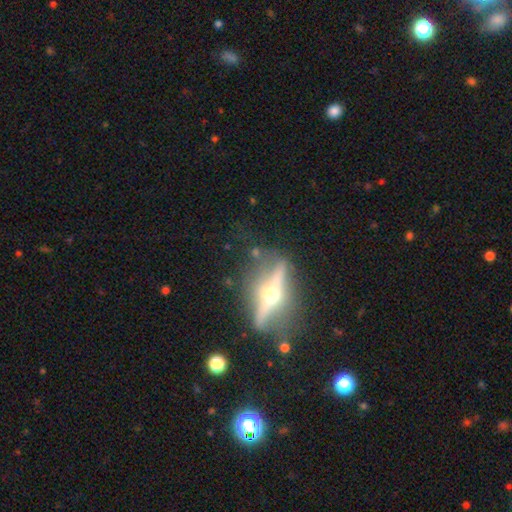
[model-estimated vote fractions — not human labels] The model was most divided on "merging": none: 75%, minor disturbance: 14%, major disturbance: 7%, merger: 4%. More confident: edge-on bulge — rounded (96%); edge-on disk — yes (86%); smooth or featured — featured or disk (82%).